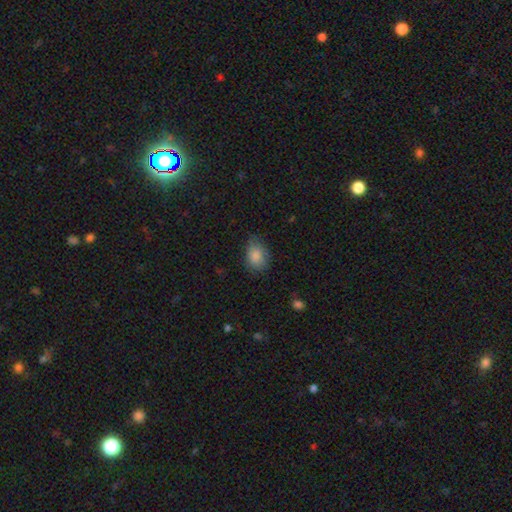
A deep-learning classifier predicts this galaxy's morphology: A smooth galaxy with no disk features (85%) that is in between round and cigar-shaped (71%). Merging: none (68%).